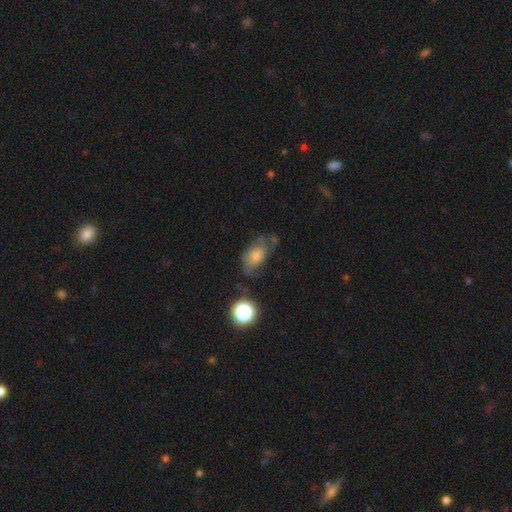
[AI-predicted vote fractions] The model was most divided on "merging": none: 44%, minor disturbance: 31%, major disturbance: 20%, merger: 5%. More confident: how rounded — in between (84%); smooth or featured — smooth (53%).